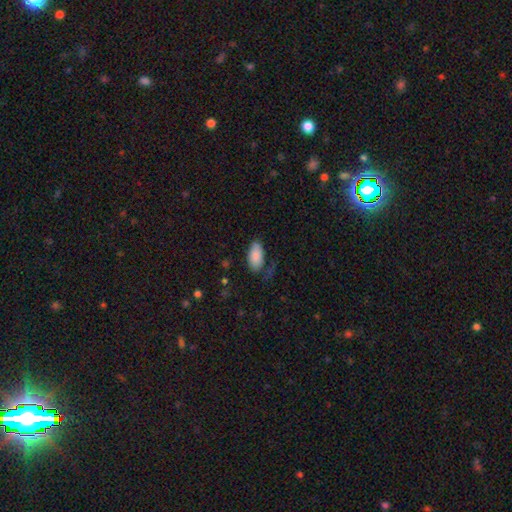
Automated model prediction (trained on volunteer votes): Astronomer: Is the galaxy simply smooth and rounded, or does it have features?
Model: smooth — 87%.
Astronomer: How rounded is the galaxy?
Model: in between — 95%.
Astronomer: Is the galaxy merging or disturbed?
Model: none — 67%.